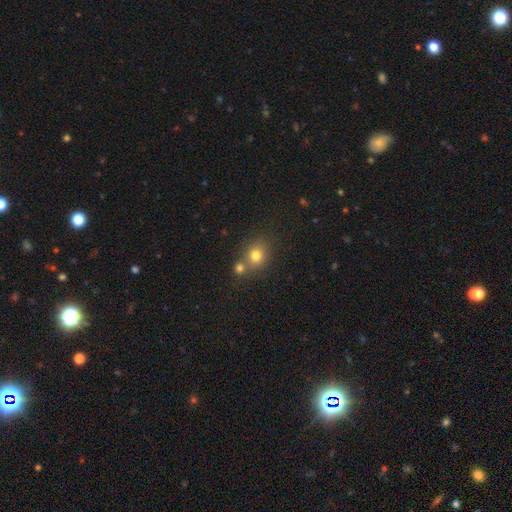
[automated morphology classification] smooth_or_featured: smooth (p=0.76) [alt: star or artifact p=0.14]
how_rounded: round (p=0.76) [alt: in between p=0.23]
merging: none (p=0.55) [alt: merger p=0.33]